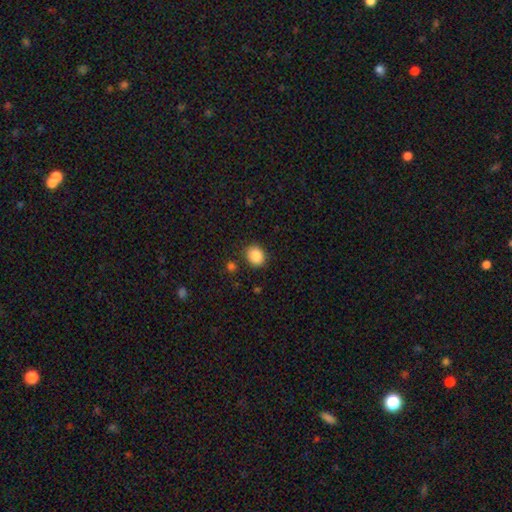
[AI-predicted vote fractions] smooth-or-featured: smooth: 87% | star or artifact: 9% | featured or disk: 4%
  how-rounded: round: 62% | in between: 37% | cigar-shaped: 1%
  merging: none: 84% | minor disturbance: 10% | major disturbance: 3% | merger: 3%